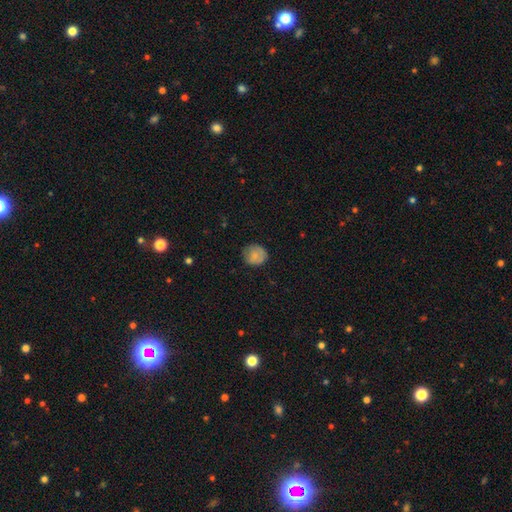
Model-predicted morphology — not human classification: This appears to be a smooth galaxy with no disk features (75%) that is round (84%). Merging: none (74%).